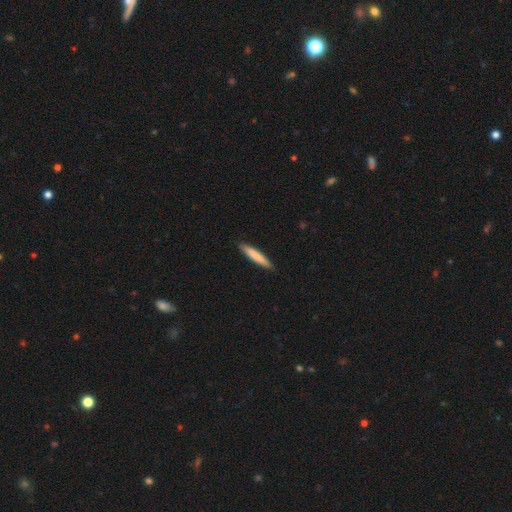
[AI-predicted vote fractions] Morphology: type=smooth (80%); roundness=cigar-shaped (92%); merging=none (90%).